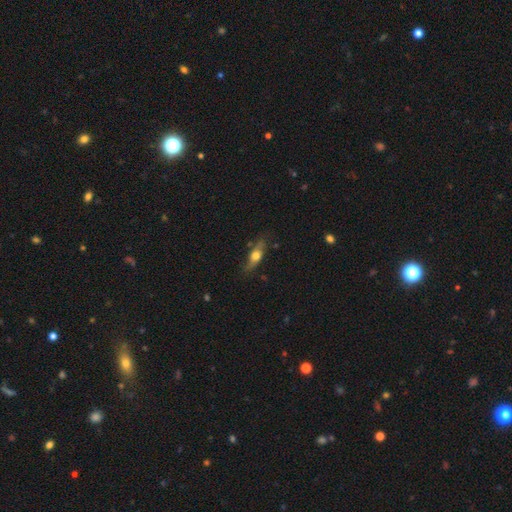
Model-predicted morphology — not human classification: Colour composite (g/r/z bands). It shows a smooth galaxy with no disk features (50%). Merging: none (75%).